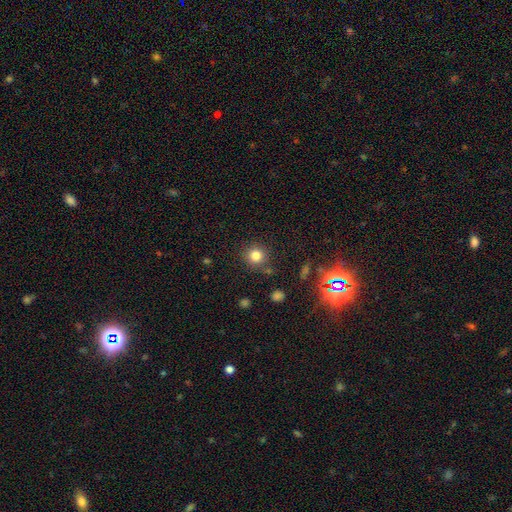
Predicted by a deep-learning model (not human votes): Morphology: type=smooth (81%); roundness=round (91%); merging=none (82%).